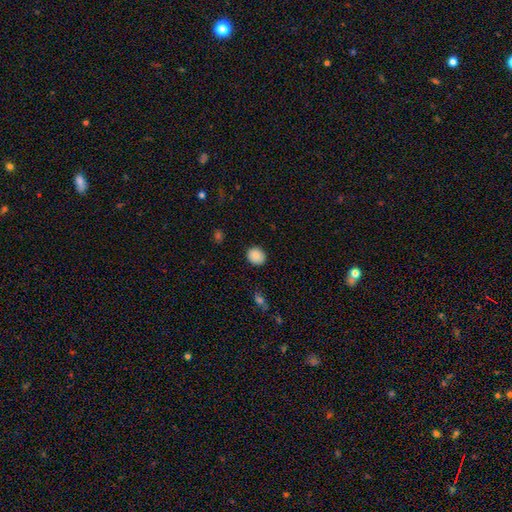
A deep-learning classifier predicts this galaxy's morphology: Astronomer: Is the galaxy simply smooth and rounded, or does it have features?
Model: smooth — 86%.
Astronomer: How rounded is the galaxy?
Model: round — 78%.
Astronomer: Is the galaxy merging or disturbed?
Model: none — 89%.